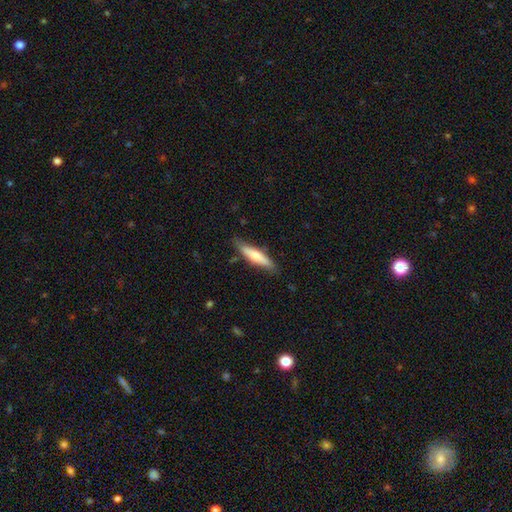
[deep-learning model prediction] Smooth or featured?
  - smooth: 60% *
  - featured or disk: 34%
  - star or artifact: 6%
How rounded?
  - cigar-shaped: 80% *
  - in between: 18%
  - round: 2%
Merging?
  - none: 81% *
  - minor disturbance: 15%
  - major disturbance: 3%
  - merger: 2%